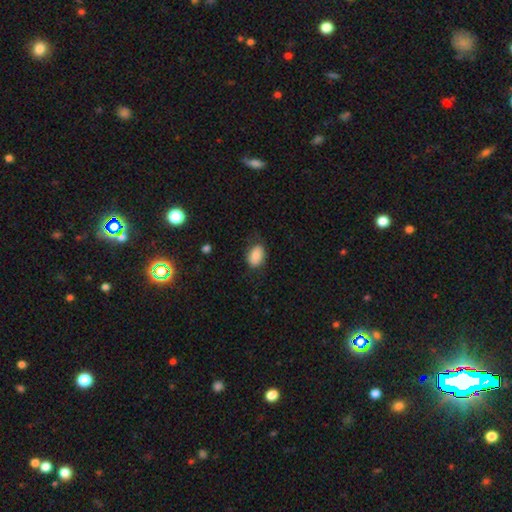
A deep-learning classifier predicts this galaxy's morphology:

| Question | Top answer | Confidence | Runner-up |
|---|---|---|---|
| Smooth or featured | smooth | 86% | star or artifact (7%) |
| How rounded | in between | 84% | round (14%) |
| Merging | none | 68% | minor disturbance (23%) |